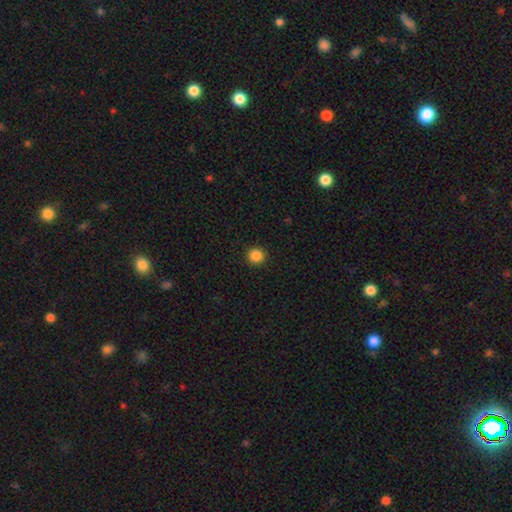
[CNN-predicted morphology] A smooth galaxy with no disk features (87%) that is round (95%). Merging: none (93%).